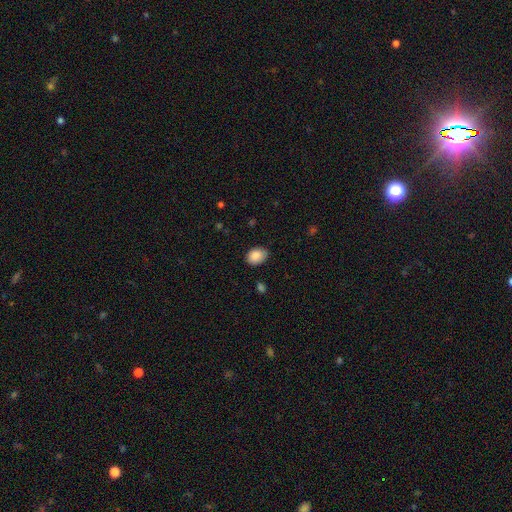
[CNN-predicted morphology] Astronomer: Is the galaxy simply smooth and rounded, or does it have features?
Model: smooth — 87%.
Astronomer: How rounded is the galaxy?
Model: in between — 70%.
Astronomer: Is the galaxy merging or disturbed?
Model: none — 79%.